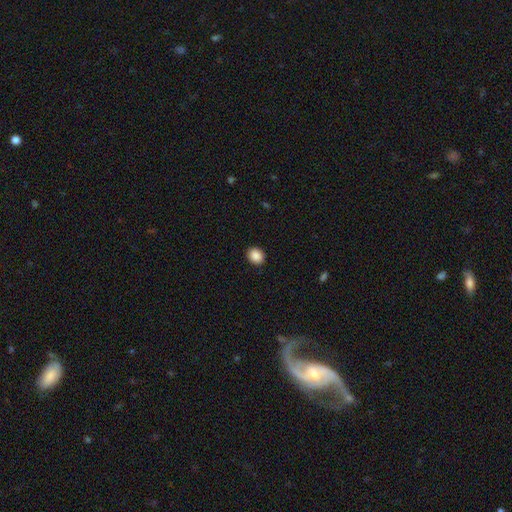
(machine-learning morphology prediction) smooth_or_featured: smooth (p=0.89) [alt: star or artifact p=0.09]
how_rounded: round (p=0.68) [alt: in between p=0.31]
merging: none (p=0.92) [alt: minor disturbance p=0.05]